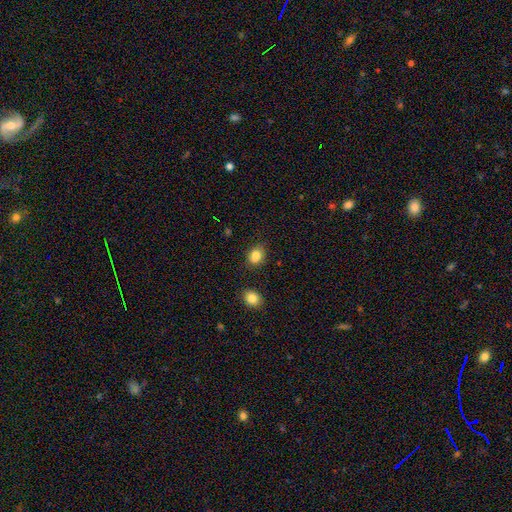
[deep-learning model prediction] Smooth or featured? smooth (84%)
How rounded? round (51%)
Merging? none (73%)